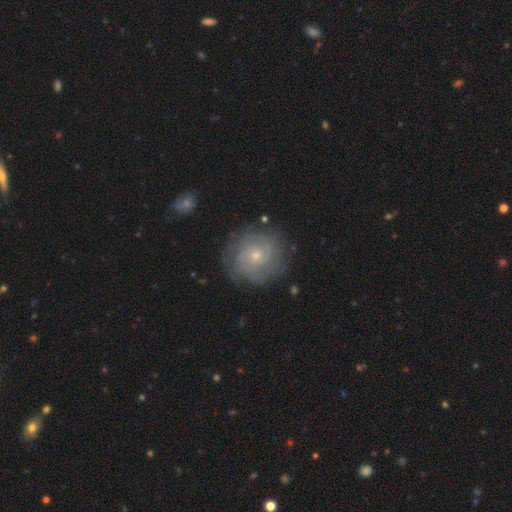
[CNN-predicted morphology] smooth-or-featured: featured or disk: 68% | smooth: 24% | star or artifact: 8%
  disk-edge-on: no: 97% | yes: 3%
    bar: no: 81% | weak: 16% | strong: 3%
    has-spiral-arms: yes: 88% | no: 12%
      spiral-winding: tight: 68% | medium: 24% | loose: 8%
      spiral-arm-count: can't tell: 43% | 2: 21% | 3: 15% | 4: 10% | more than 4: 6% | 1: 6%
    bulge-size: small: 75% | moderate: 21% | none: 1% | large: 1% | dominant: 1%
  merging: none: 80% | minor disturbance: 13% | major disturbance: 5% | merger: 1%